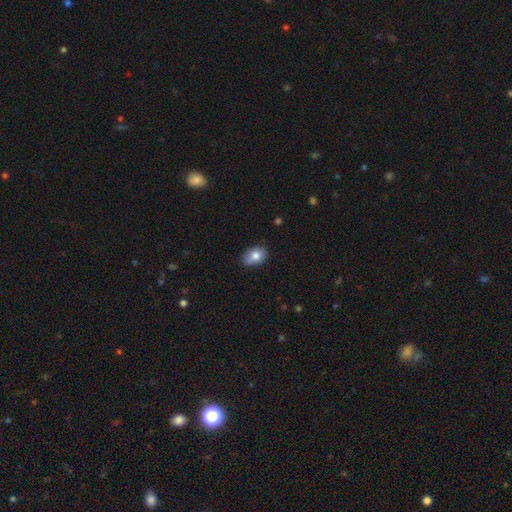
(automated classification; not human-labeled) Smooth or featured? smooth (79%)
How rounded? in between (73%)
Merging? none (68%)